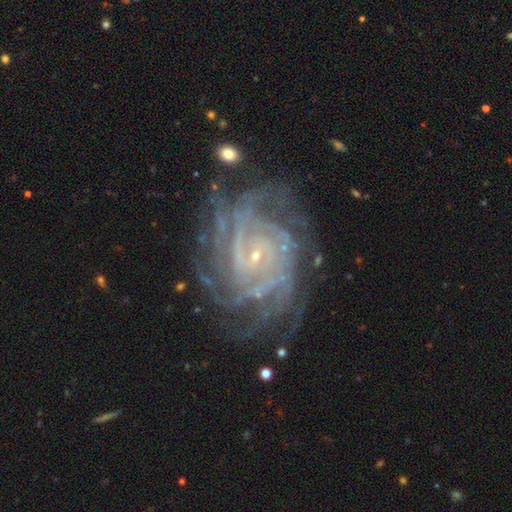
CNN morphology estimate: smooth_or_featured: featured or disk (p=0.90) [alt: star or artifact p=0.07]
disk_edge_on: no (p=0.97) [alt: yes p=0.03]
bar: no (p=0.55) [alt: weak p=0.32]
has_spiral_arms: yes (p=0.98) [alt: no p=0.02]
spiral_winding: tight (p=0.77) [alt: medium p=0.20]
spiral_arm_count: more than 4 (p=0.32) [alt: 4 p=0.22]
bulge_size: small (p=0.87) [alt: moderate p=0.07]
merging: none (p=0.75) [alt: minor disturbance p=0.15]